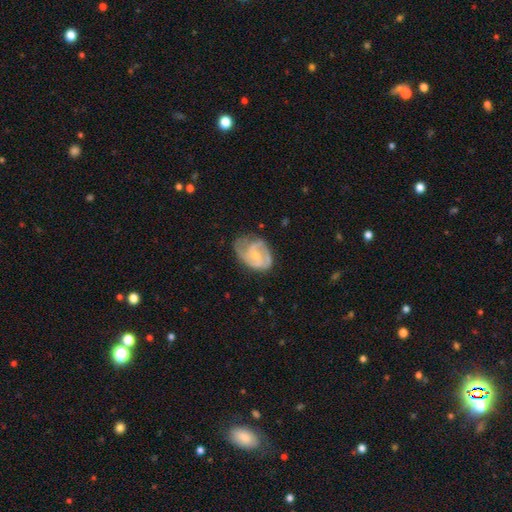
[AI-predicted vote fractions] A featured or disk galaxy (75%) with no bar (53%), 2 (53%) medium (46%) spiral arms (89%) and a small central bulge (55%).

Vote fractions:
- Smooth or featured? featured or disk: 75% / smooth: 19% / star or artifact: 6%
- Edge-on disk? no: 97% / yes: 3%
- Bar? no: 53% / weak: 39% / strong: 7%
- Spiral arms? yes: 89% / no: 11%
- Spiral winding? medium: 46% / tight: 38% / loose: 17%
- Spiral arm count? 2: 53% / can't tell: 19% / 3: 16% / 1: 7% / 4: 3% / more than 4: 2%
- Bulge size? small: 55% / moderate: 36% / none: 6% / large: 2% / dominant: 1%
- Merging? none: 47% / minor disturbance: 31% / major disturbance: 20% / merger: 2%